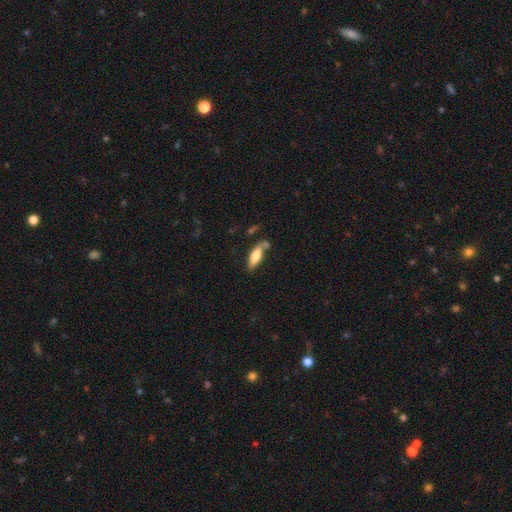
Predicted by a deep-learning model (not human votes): The model was most divided on "how rounded": in between: 60%, cigar-shaped: 38%, round: 2%. More confident: smooth or featured — smooth (70%); merging — none (57%).